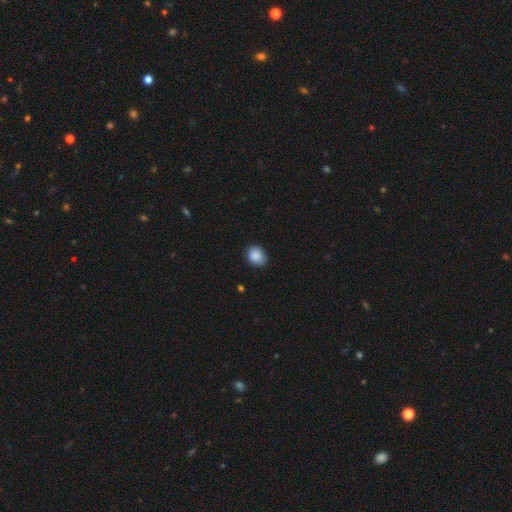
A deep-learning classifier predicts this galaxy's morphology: smooth_or_featured: smooth (p=0.88) [alt: star or artifact p=0.08]
how_rounded: in between (p=0.50) [alt: round p=0.49]
merging: none (p=0.76) [alt: minor disturbance p=0.20]